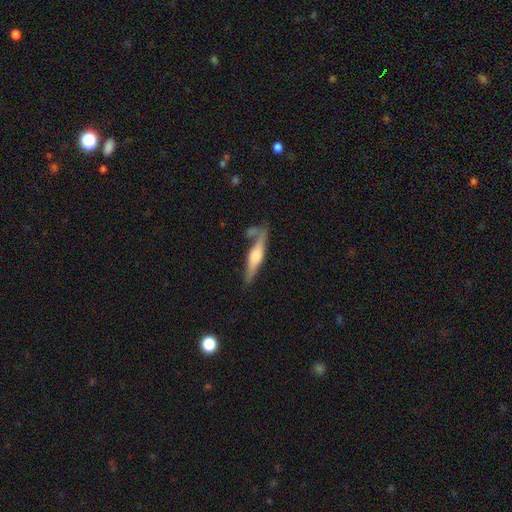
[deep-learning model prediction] Smooth or featured? featured or disk (60%)
Edge-on disk? yes (94%)
Edge-on bulge? rounded (77%)
Merging? none (65%)